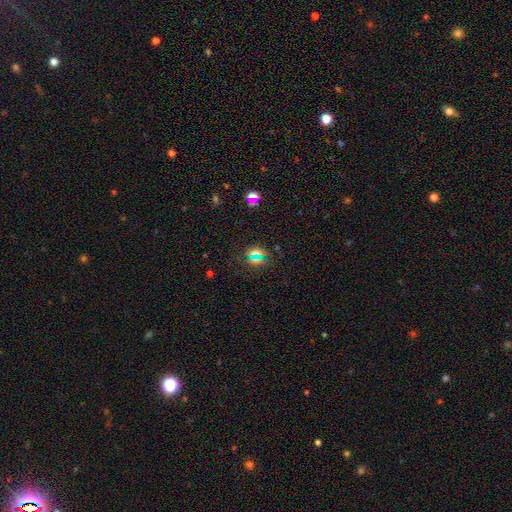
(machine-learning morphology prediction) smooth_or_featured: smooth (p=0.46) [alt: star or artifact p=0.43]
merging: none (p=0.73) [alt: minor disturbance p=0.11]